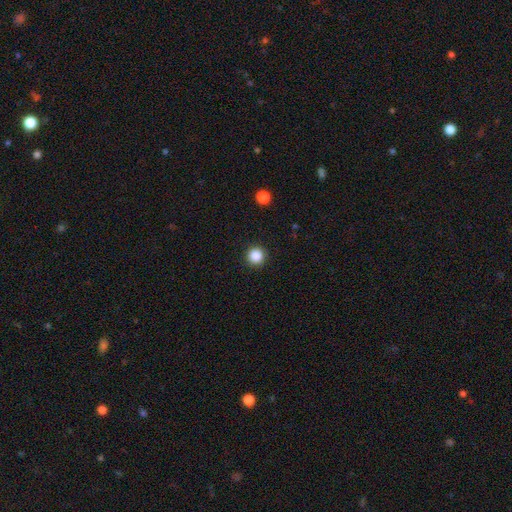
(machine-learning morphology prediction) The model was most divided on "smooth or featured": smooth: 87%, star or artifact: 10%, featured or disk: 3%. More confident: how rounded — round (96%); merging — none (92%).